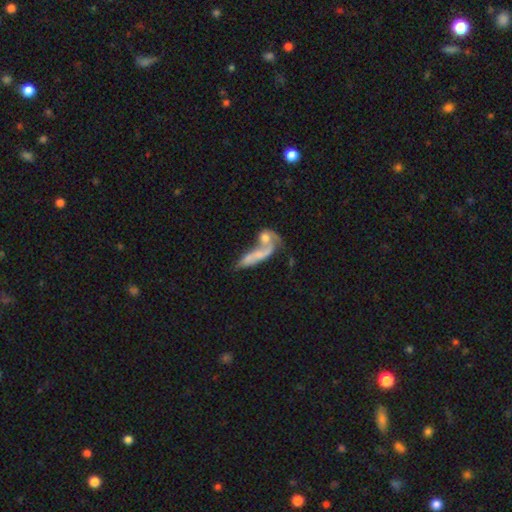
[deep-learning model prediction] This is possibly a featured or disk galaxy (47%). Merging: likely merger (65%).